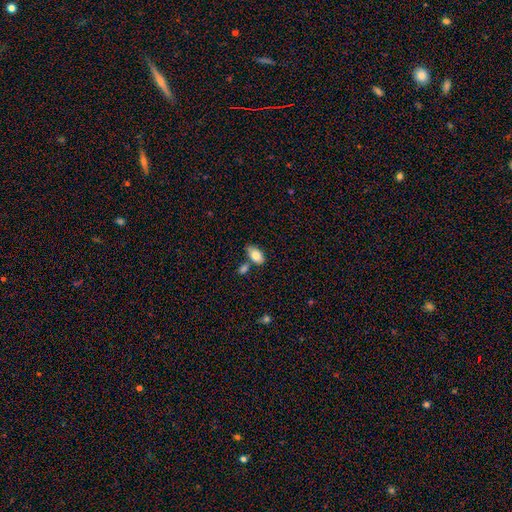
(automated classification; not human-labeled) The model was most divided on "merging": none: 61%, merger: 19%, minor disturbance: 16%, major disturbance: 4%. More confident: how rounded — in between (93%); smooth or featured — smooth (80%).